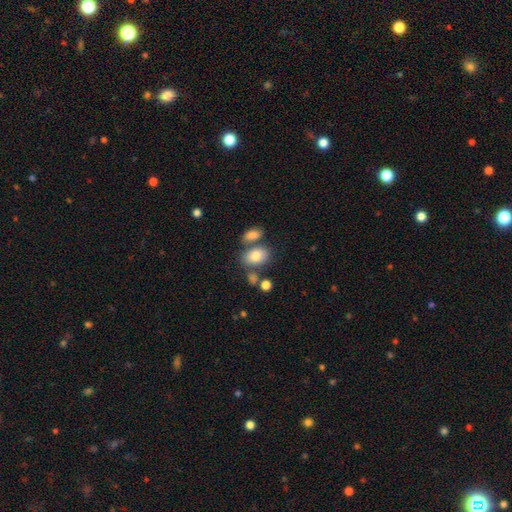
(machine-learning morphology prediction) This appears to be a smooth galaxy with no disk features (81%) that is in between round and cigar-shaped (83%). Merging: none (57%).